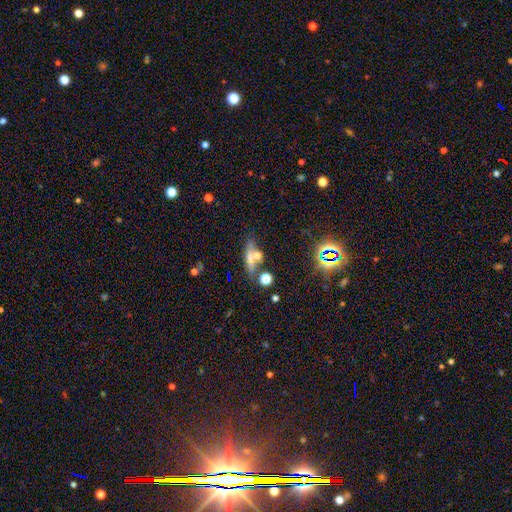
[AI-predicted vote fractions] smooth 38%, featured or disk 35%, star or artifact 26%. Down the decision tree: merging — none (53%).